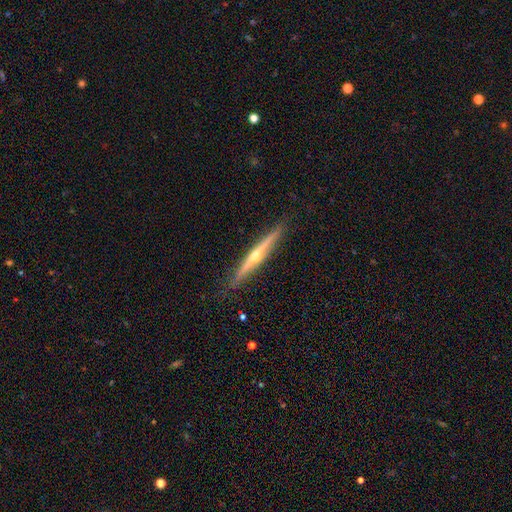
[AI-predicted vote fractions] A featured or disk galaxy (78%) viewed edge-on (98%) with a rounded central bulge (89%).

Vote fractions:
- Smooth or featured? featured or disk: 78% / smooth: 16% / star or artifact: 6%
- Edge-on disk? yes: 98% / no: 2%
- Edge-on bulge? rounded: 89% / none: 9% / boxy: 2%
- Merging? none: 89% / minor disturbance: 8% / major disturbance: 1% / merger: 1%